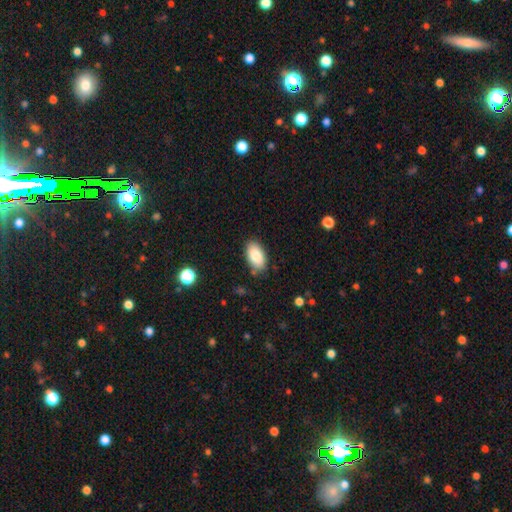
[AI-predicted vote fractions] Overall: smooth (85%). How rounded: in between (94%). Merging: none (84%).